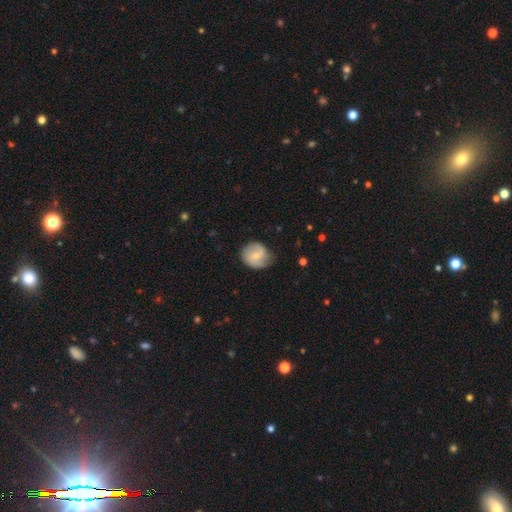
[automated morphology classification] type=featured or disk (49%); merging=none (63%).